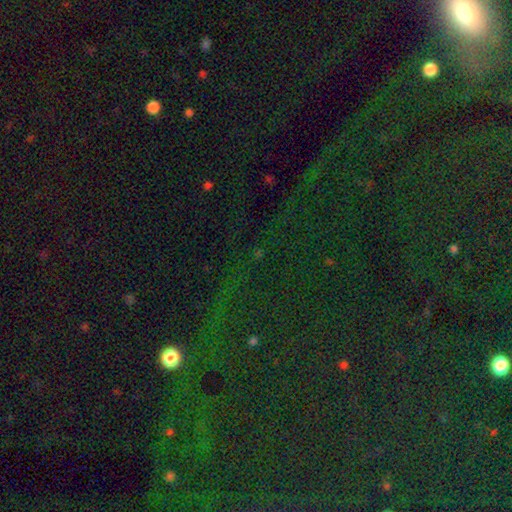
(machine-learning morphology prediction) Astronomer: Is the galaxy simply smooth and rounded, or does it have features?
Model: star or artifact — 81%.